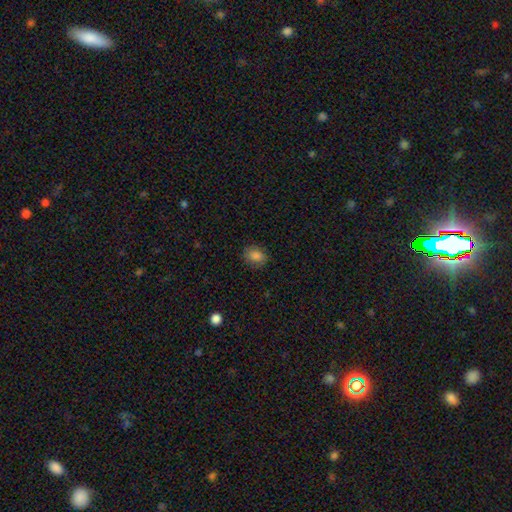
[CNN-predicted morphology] Smooth or featured? smooth (83%)
How rounded? in between (56%)
Merging? none (83%)